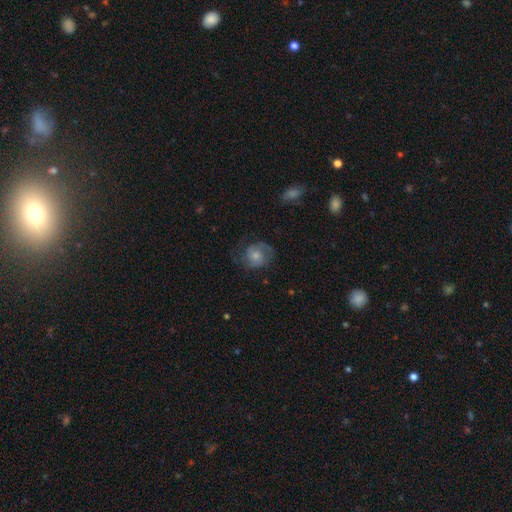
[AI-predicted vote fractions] featured or disk 50%, smooth 42%, star or artifact 8%. Down the decision tree: merging — none (60%).